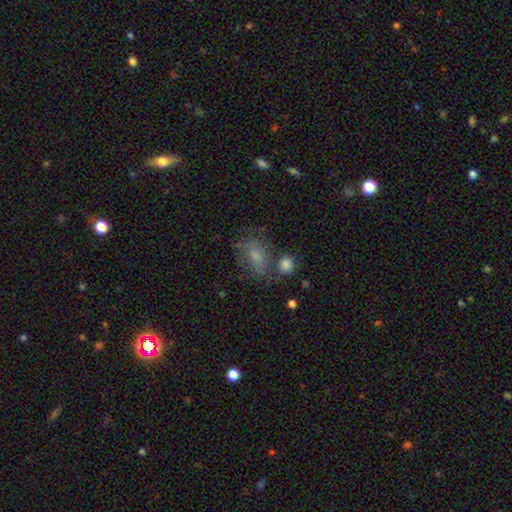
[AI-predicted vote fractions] Smooth or featured?
  - smooth: 63% *
  - featured or disk: 26%
  - star or artifact: 11%
How rounded?
  - in between: 77% *
  - round: 20%
  - cigar-shaped: 2%
Merging?
  - none: 48% *
  - minor disturbance: 23%
  - major disturbance: 15%
  - merger: 13%